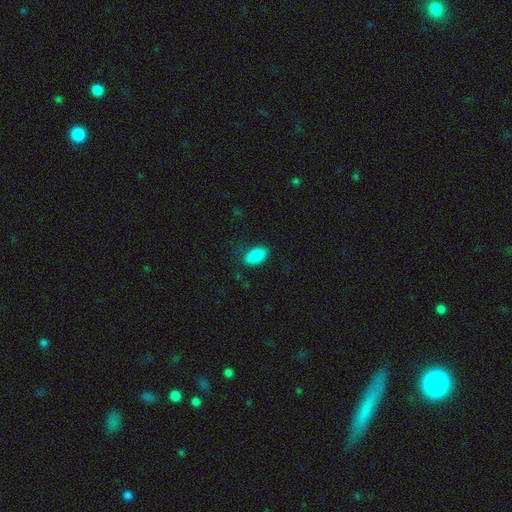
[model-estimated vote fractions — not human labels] Smooth or featured?
  - smooth: 88% *
  - star or artifact: 7%
  - featured or disk: 5%
How rounded?
  - in between: 93% *
  - round: 4%
  - cigar-shaped: 3%
Merging?
  - none: 81% *
  - minor disturbance: 14%
  - major disturbance: 4%
  - merger: 1%